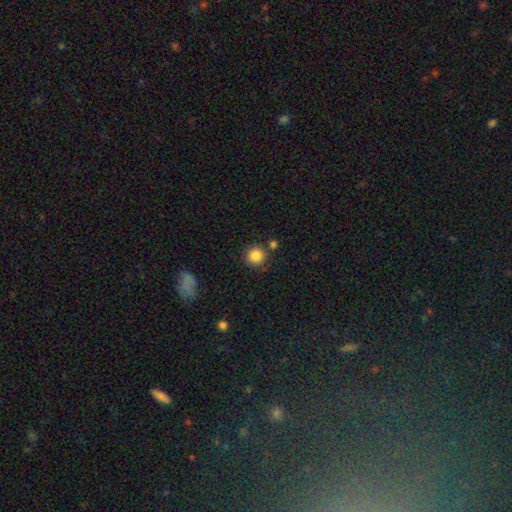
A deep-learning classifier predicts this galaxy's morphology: smooth-or-featured: smooth: 86% | star or artifact: 10% | featured or disk: 4%
  how-rounded: round: 93% | in between: 6% | cigar-shaped: 1%
  merging: none: 82% | minor disturbance: 8% | merger: 7% | major disturbance: 3%